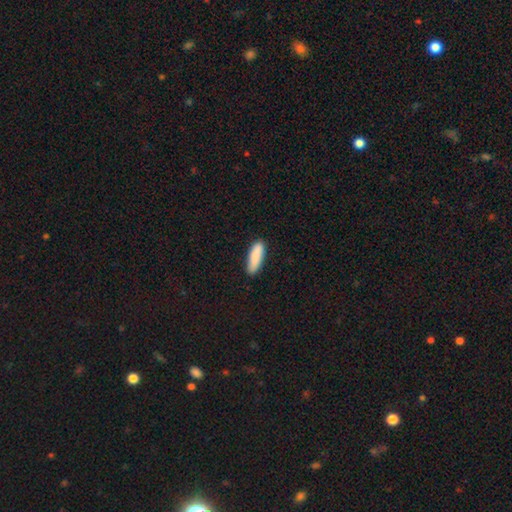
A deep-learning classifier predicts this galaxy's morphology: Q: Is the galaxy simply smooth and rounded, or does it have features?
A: smooth — 88%.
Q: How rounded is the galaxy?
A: cigar-shaped — 53%.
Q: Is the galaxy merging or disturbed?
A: none — 86%.